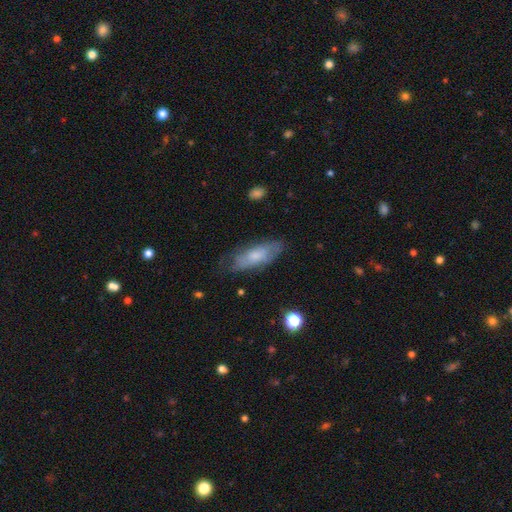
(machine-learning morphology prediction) This is possibly a smooth galaxy (59%). How rounded: likely in between (67%). Merging: likely none (68%).